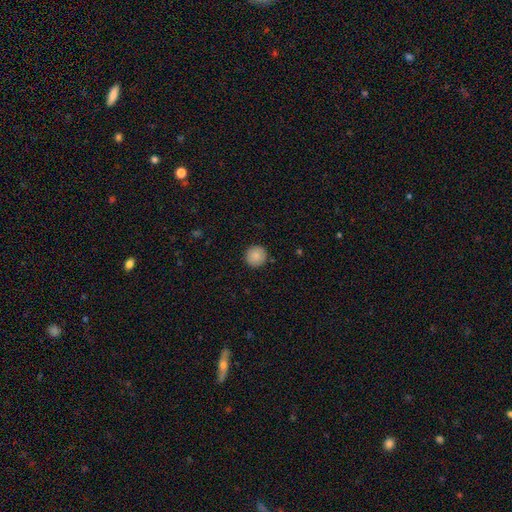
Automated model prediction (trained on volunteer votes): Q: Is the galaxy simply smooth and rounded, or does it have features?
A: smooth — 87%.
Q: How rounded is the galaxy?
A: round — 95%.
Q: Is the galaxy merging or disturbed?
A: none — 91%.